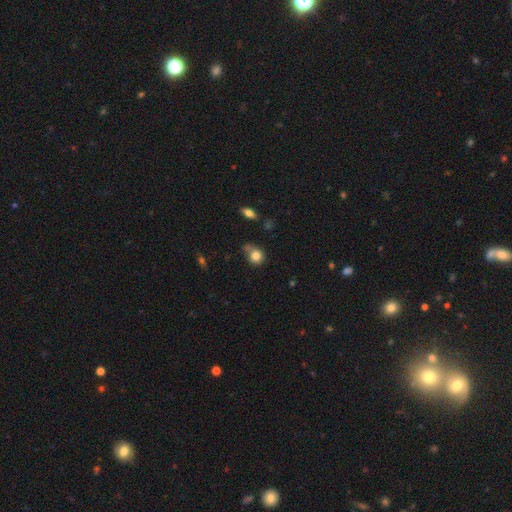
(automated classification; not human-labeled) Smooth or featured? smooth (81%)
How rounded? round (79%)
Merging? none (53%)